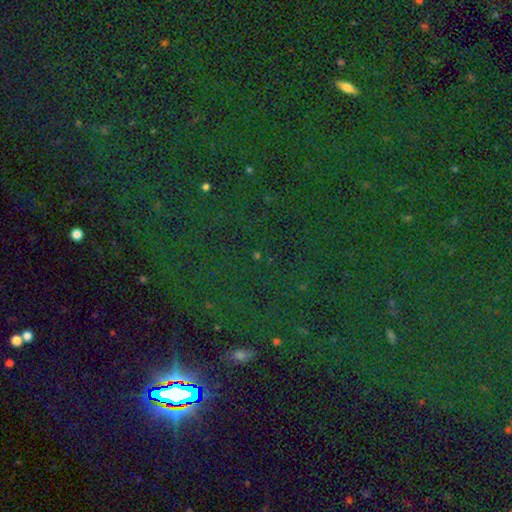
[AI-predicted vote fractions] This is clearly a star or artifact rather than a galaxy (82%).